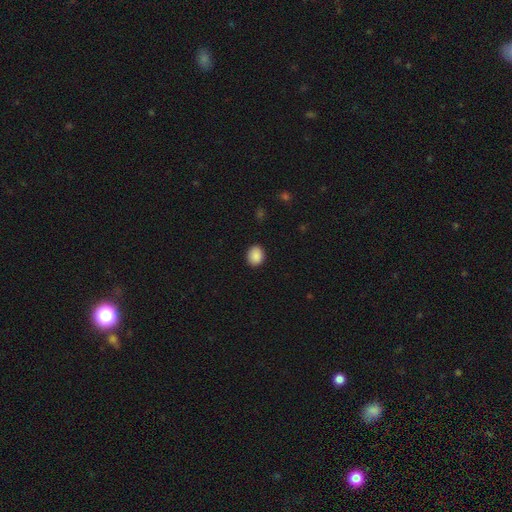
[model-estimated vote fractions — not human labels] Smooth or featured? smooth (89%)
How rounded? round (53%)
Merging? none (90%)